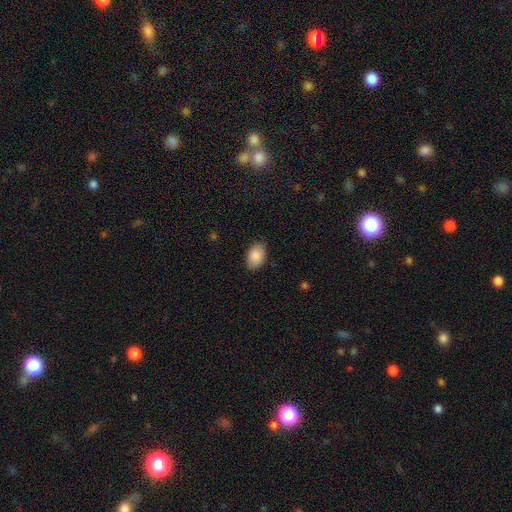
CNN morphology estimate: A smooth galaxy with no disk features (88%) that is in between round and cigar-shaped (89%).

Vote fractions:
- Smooth or featured? smooth: 88% / star or artifact: 6% / featured or disk: 5%
- How rounded? in between: 89% / round: 10% / cigar-shaped: 1%
- Merging? none: 82% / minor disturbance: 14% / major disturbance: 3% / merger: 1%